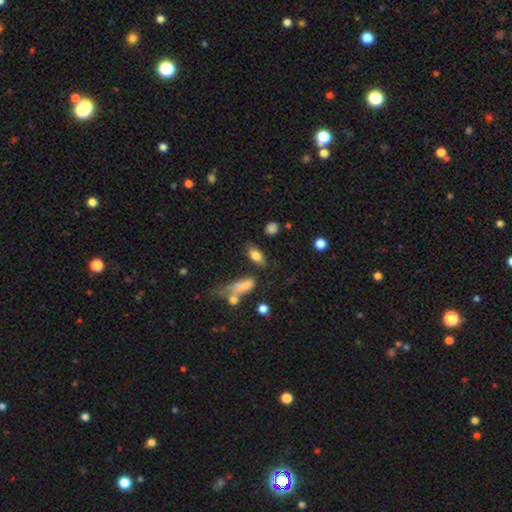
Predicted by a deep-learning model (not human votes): Smooth or featured: smooth — 76% (featured or disk — 15%)
How rounded: in between — 81% (cigar-shaped — 14%)
Merging: none — 69% (minor disturbance — 15%)